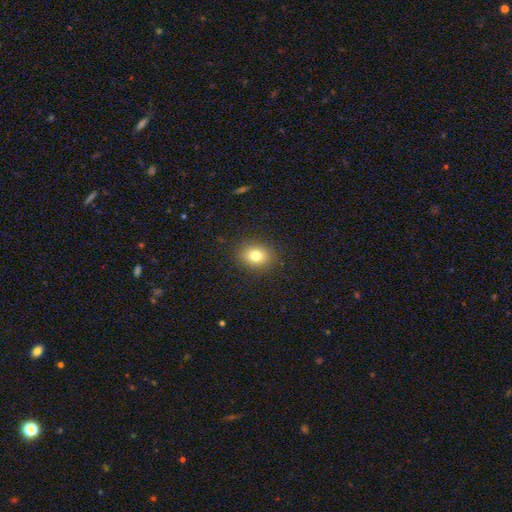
Q: Smooth or featured?
A: smooth (79%); runner-up: featured or disk (10%)
Q: How rounded?
A: in between (52%); runner-up: round (48%)
Q: Merging?
A: none (86%); runner-up: minor disturbance (9%)